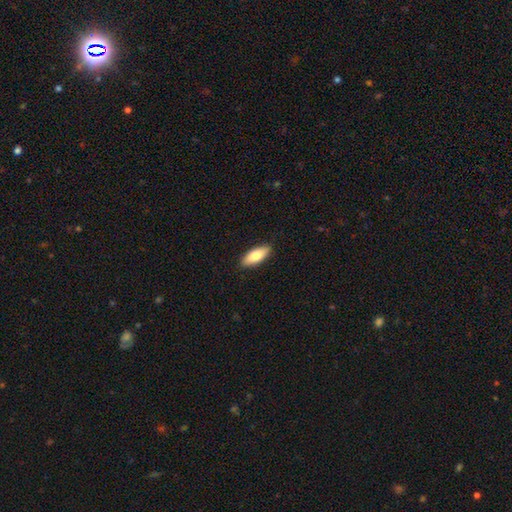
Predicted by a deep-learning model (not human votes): smooth-or-featured: smooth: 78% | featured or disk: 17% | star or artifact: 6%
  how-rounded: in between: 77% | cigar-shaped: 20% | round: 2%
  merging: none: 89% | minor disturbance: 8% | major disturbance: 2% | merger: 1%